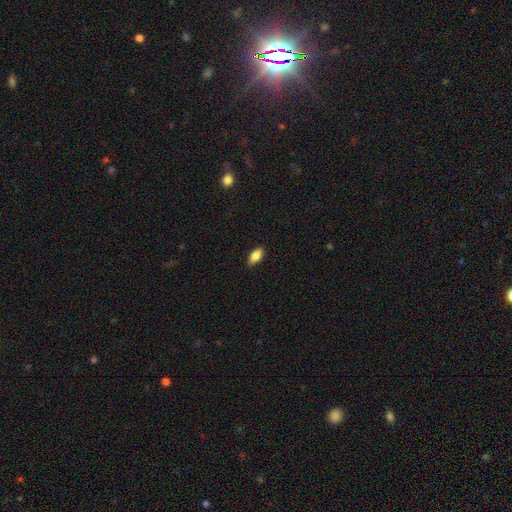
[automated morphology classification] Smooth or featured?
  - smooth: 85% *
  - featured or disk: 8%
  - star or artifact: 7%
How rounded?
  - in between: 88% *
  - cigar-shaped: 10%
  - round: 3%
Merging?
  - none: 88% *
  - minor disturbance: 9%
  - major disturbance: 2%
  - merger: 1%